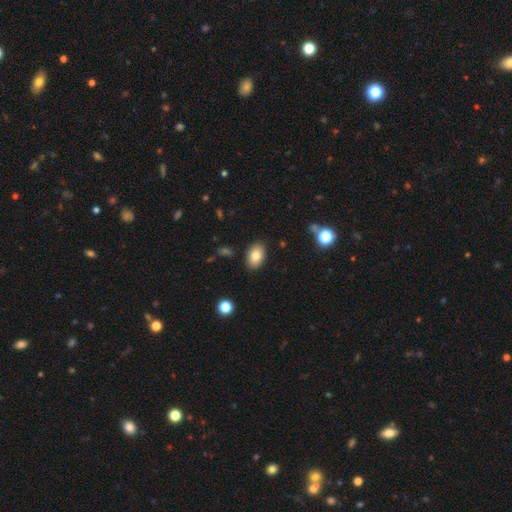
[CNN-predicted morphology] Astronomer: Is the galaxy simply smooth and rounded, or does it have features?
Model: smooth — 84%.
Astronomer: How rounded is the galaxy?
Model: in between — 88%.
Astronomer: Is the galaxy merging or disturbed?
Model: none — 87%.